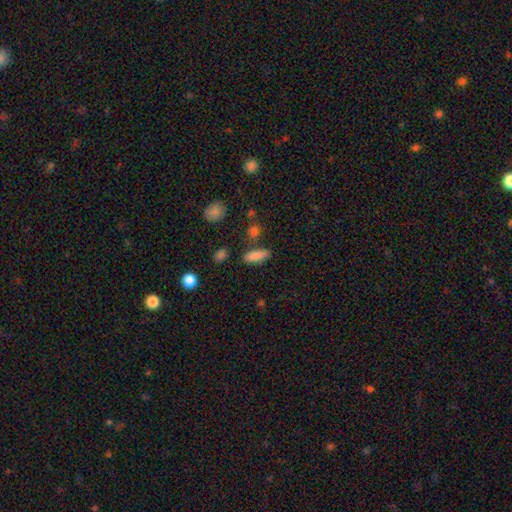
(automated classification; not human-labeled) Overall: smooth (83%). How rounded: in between (59%; cigar-shaped 38%). Merging: none (79%).